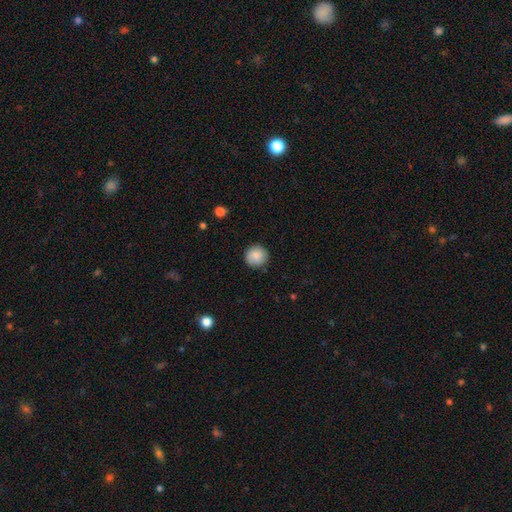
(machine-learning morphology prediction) Smooth or featured? Predicted: smooth (p=0.86). How rounded? Predicted: round (p=0.94). Merging? Predicted: none (p=0.87).